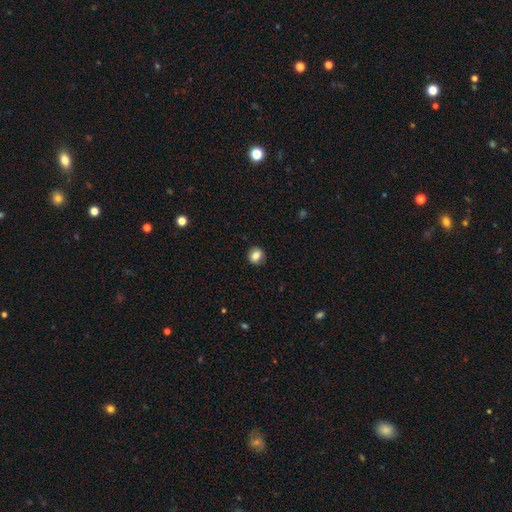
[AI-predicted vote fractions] Smooth or featured? smooth (82%)
How rounded? round (74%)
Merging? none (87%)